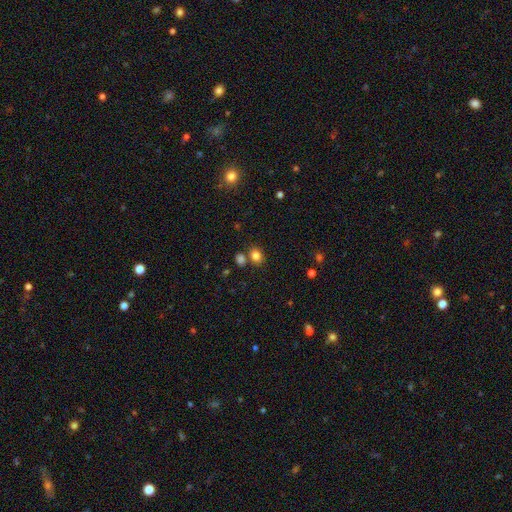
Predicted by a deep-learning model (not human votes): smooth-or-featured: smooth: 82% | star or artifact: 12% | featured or disk: 6%
  how-rounded: round: 55% | in between: 44% | cigar-shaped: 1%
  merging: none: 69% | merger: 17% | minor disturbance: 11% | major disturbance: 4%